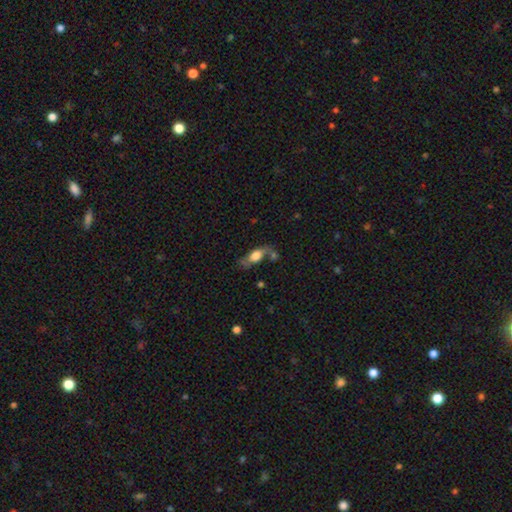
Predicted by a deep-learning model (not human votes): Smooth or featured: smooth — 52% (featured or disk — 39%)
How rounded: in between — 75% (cigar-shaped — 15%)
Merging: none — 44% (minor disturbance — 22%)